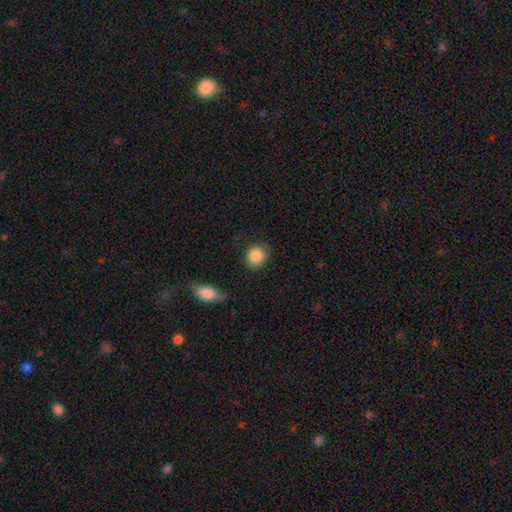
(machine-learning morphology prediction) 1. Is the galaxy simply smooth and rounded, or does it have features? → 87% smooth, 8% star or artifact, 5% featured or disk.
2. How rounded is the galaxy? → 69% round, 30% in between, 1% cigar-shaped.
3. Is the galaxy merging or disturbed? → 75% none, 18% minor disturbance, 4% major disturbance, 3% merger.